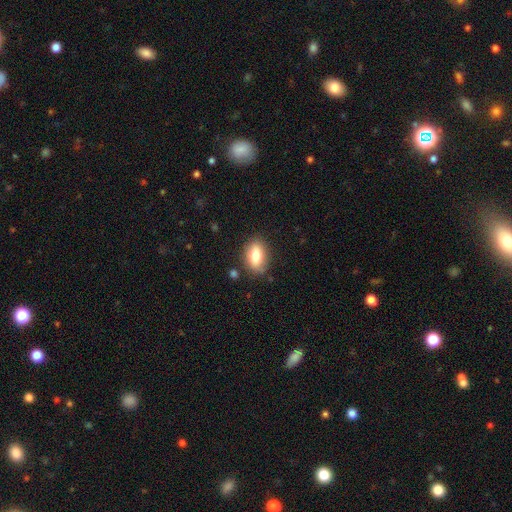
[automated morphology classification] Smooth or featured? smooth (76%)
How rounded? in between (85%)
Merging? none (82%)